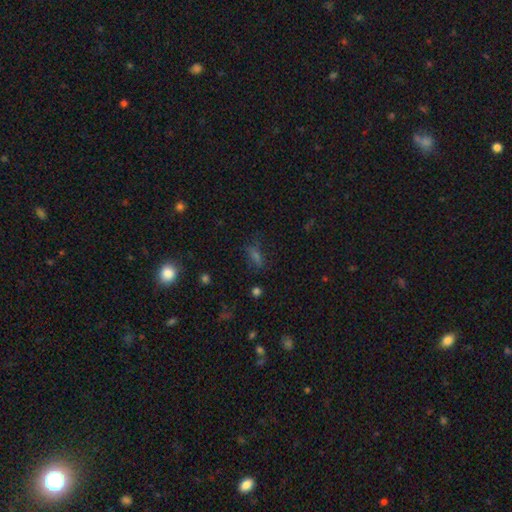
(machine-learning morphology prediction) A smooth galaxy with no disk features (48%). Merging: none (70%).